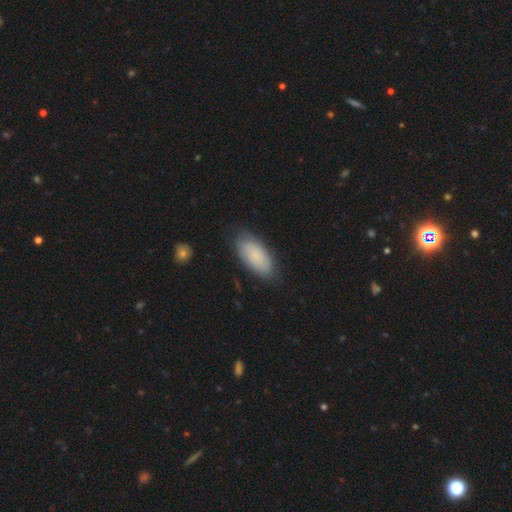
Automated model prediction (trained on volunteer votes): This appears to be a smooth galaxy with no disk features (78%) that is in between round and cigar-shaped (92%). Merging: none (80%).